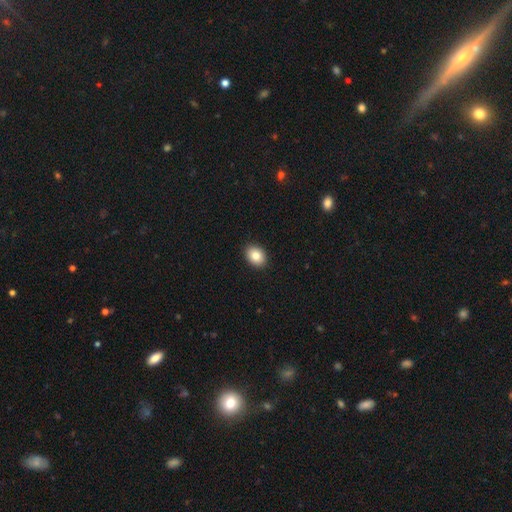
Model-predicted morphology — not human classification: Smooth or featured?
  - smooth: 85% *
  - star or artifact: 8%
  - featured or disk: 7%
How rounded?
  - in between: 66% *
  - round: 33%
  - cigar-shaped: 1%
Merging?
  - none: 91% *
  - minor disturbance: 6%
  - major disturbance: 2%
  - merger: 1%